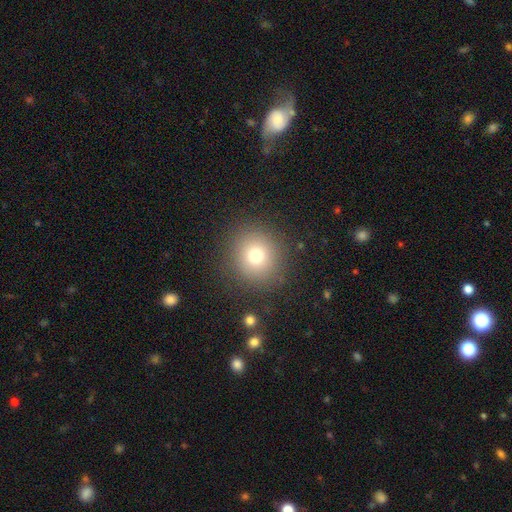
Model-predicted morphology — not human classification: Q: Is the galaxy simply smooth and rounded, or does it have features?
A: smooth — 74%.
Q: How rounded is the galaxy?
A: round — 90%.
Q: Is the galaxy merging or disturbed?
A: none — 87%.